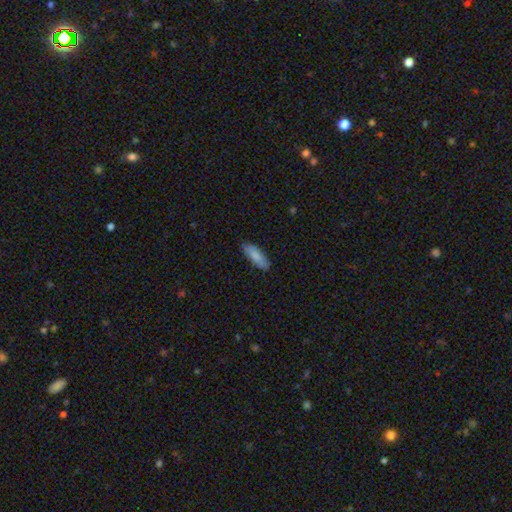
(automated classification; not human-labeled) A smooth galaxy with no disk features (86%) that is in between round and cigar-shaped (59%).

Vote fractions:
- Smooth or featured? smooth: 86% / featured or disk: 8% / star or artifact: 5%
- How rounded? in between: 59% / cigar-shaped: 39% / round: 2%
- Merging? none: 84% / minor disturbance: 12% / major disturbance: 2% / merger: 1%